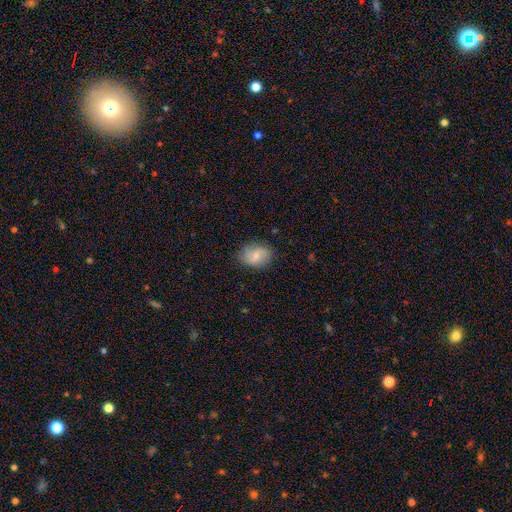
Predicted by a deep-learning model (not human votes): A smooth galaxy with no disk features (69%) that is in between round and cigar-shaped (73%).

Vote fractions:
- Smooth or featured? smooth: 69% / featured or disk: 23% / star or artifact: 7%
- How rounded? in between: 73% / round: 26% / cigar-shaped: 1%
- Merging? none: 81% / minor disturbance: 14% / major disturbance: 3% / merger: 1%